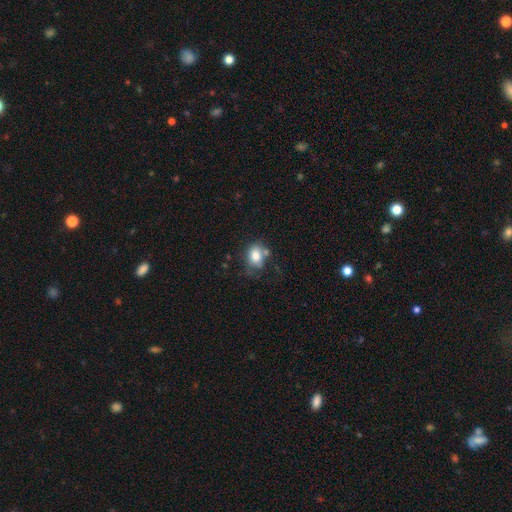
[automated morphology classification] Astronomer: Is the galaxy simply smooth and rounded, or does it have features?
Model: smooth — 78%.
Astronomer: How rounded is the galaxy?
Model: in between — 62% (runner-up: round, 37%).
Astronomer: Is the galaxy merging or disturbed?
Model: none — 51%.